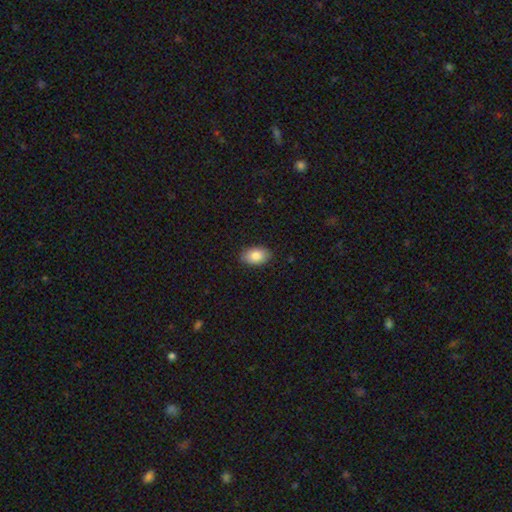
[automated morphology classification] The model was most divided on "smooth or featured": smooth: 85%, featured or disk: 8%, star or artifact: 7%. More confident: how rounded — in between (91%); merging — none (88%).